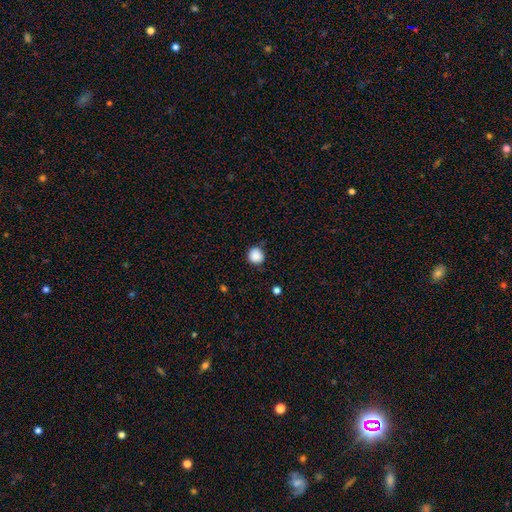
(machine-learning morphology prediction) The model was most divided on "merging": none: 80%, minor disturbance: 15%, major disturbance: 3%, merger: 2%. More confident: how rounded — round (92%); smooth or featured — smooth (88%).